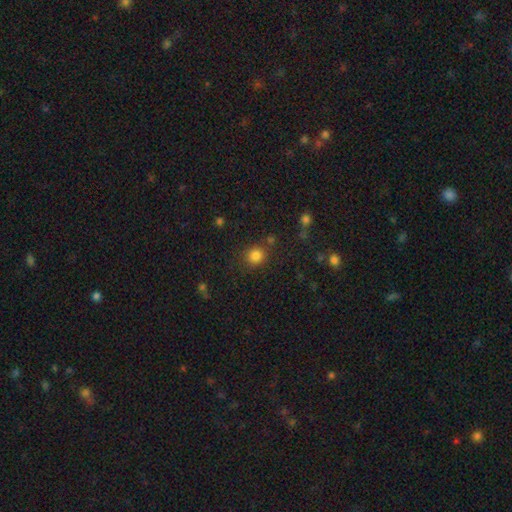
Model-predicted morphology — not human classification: A smooth galaxy with no disk features (82%) that is round (86%). Merging: none (82%).